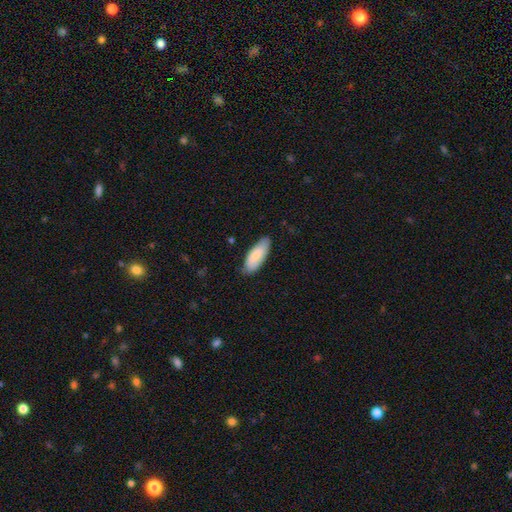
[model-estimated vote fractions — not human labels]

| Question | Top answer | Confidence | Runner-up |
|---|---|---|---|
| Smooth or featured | smooth | 81% | featured or disk (14%) |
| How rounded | in between | 76% | cigar-shaped (22%) |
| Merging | none | 79% | minor disturbance (17%) |